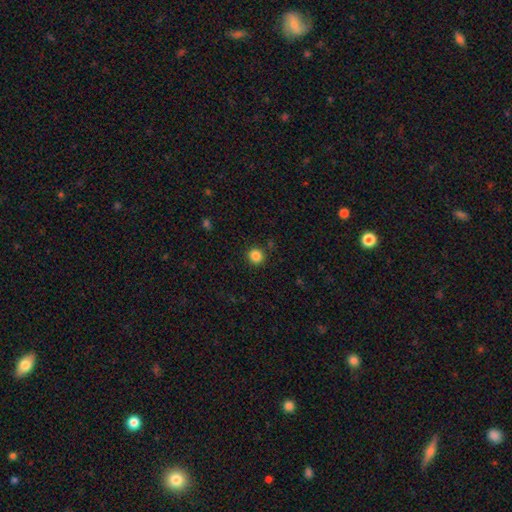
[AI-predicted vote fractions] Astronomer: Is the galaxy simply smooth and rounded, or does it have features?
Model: smooth — 85%.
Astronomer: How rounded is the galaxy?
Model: round — 93%.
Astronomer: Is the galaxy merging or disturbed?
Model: none — 90%.